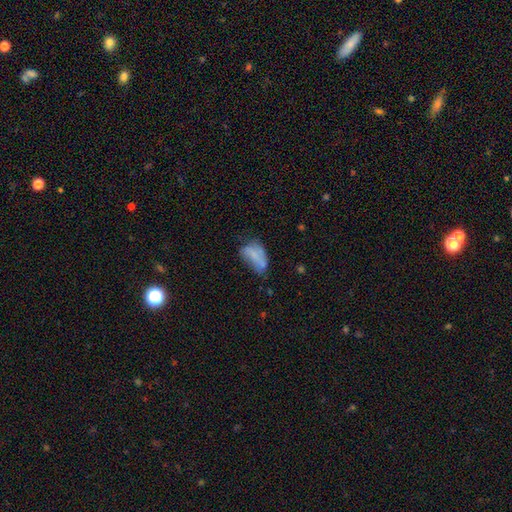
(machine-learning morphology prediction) Smooth or featured?
  - smooth: 61% *
  - featured or disk: 28%
  - star or artifact: 11%
How rounded?
  - in between: 88% *
  - cigar-shaped: 7%
  - round: 5%
Merging?
  - minor disturbance: 32% *
  - none: 31%
  - major disturbance: 29%
  - merger: 8%